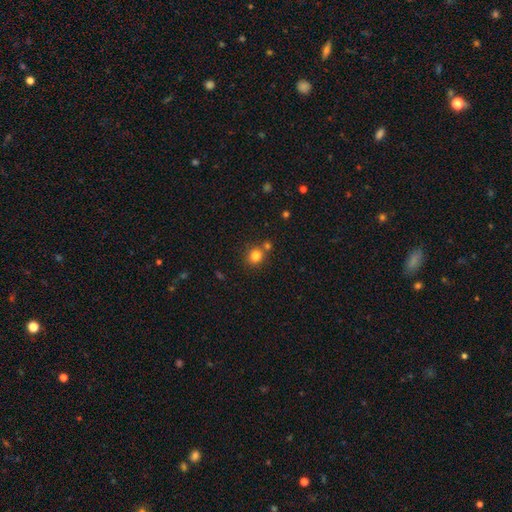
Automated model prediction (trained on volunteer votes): smooth_or_featured: smooth (p=0.82) [alt: star or artifact p=0.12]
how_rounded: round (p=0.76) [alt: in between p=0.23]
merging: none (p=0.68) [alt: merger p=0.18]